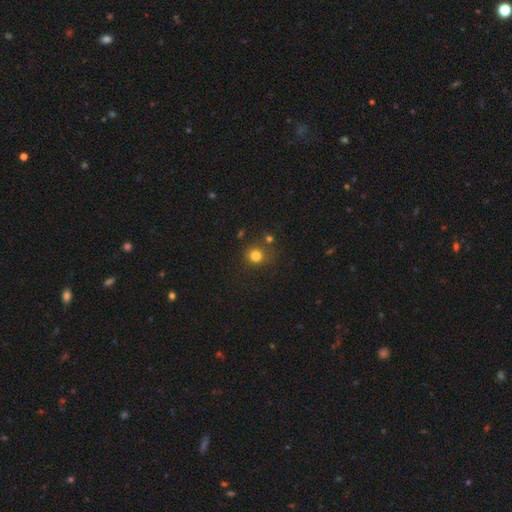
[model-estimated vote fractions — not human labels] Overall: smooth (80%). How rounded: round (88%). Merging: none (76%).